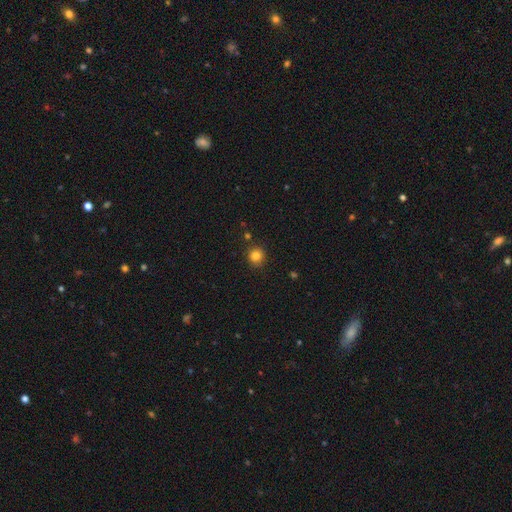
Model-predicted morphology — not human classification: type=smooth (83%); roundness=round (92%); merging=none (88%).